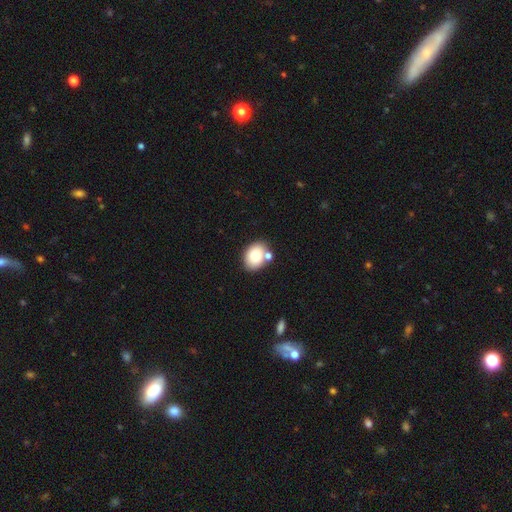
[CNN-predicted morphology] The model was most divided on "how rounded": in between: 62%, round: 37%, cigar-shaped: 1%. More confident: smooth or featured — smooth (77%); merging — none (65%).